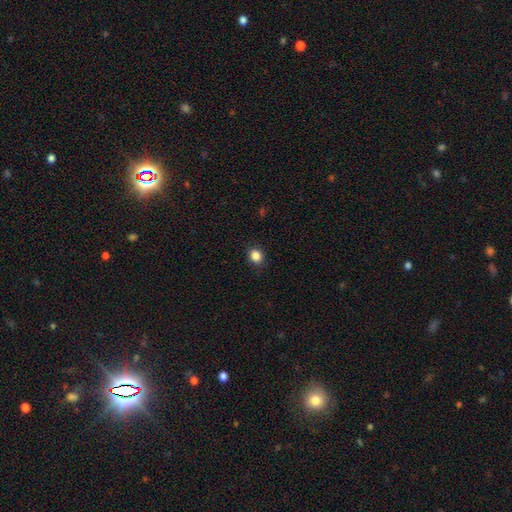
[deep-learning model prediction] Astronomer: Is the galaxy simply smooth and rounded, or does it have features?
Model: smooth — 85%.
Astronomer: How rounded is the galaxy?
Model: round — 63%.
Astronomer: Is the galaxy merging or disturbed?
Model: none — 88%.